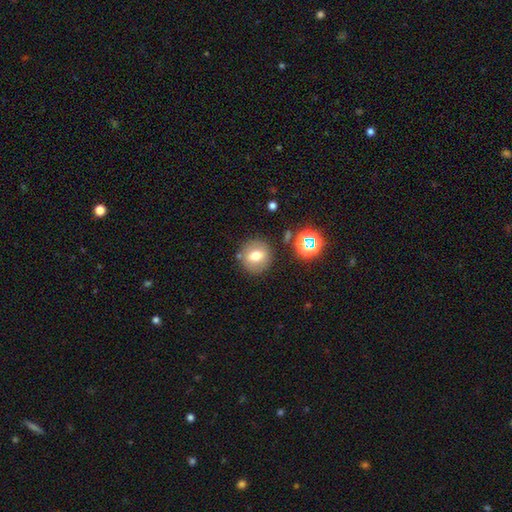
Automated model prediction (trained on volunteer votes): Q: Smooth or featured?
A: smooth (66%); runner-up: featured or disk (22%)
Q: How rounded?
A: round (82%); runner-up: in between (17%)
Q: Merging?
A: none (81%); runner-up: minor disturbance (11%)